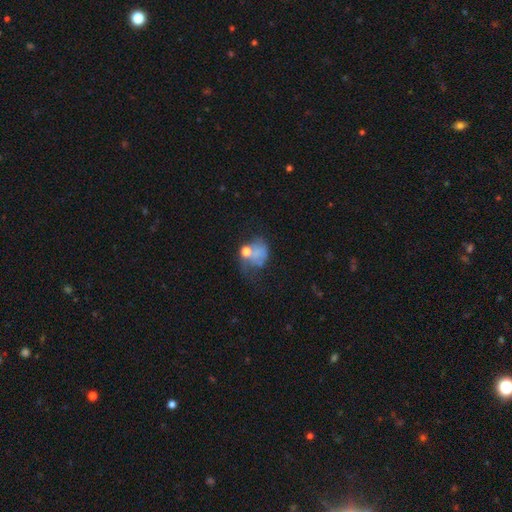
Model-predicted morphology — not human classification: Smooth or featured? Predicted: featured or disk (p=0.41, tied with smooth). Merging? Predicted: major disturbance (p=0.41).